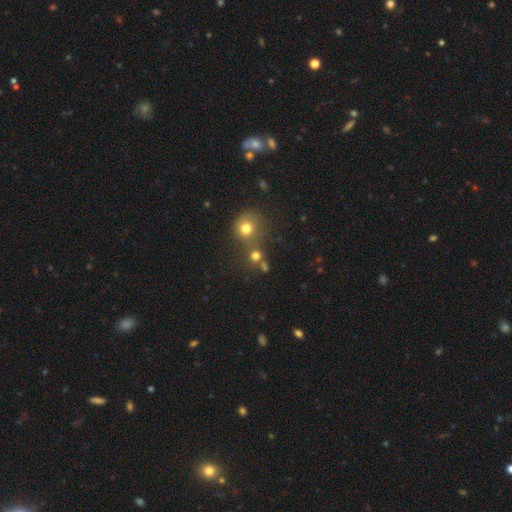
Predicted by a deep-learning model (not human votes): The model was most divided on "merging": none: 55%, merger: 34%, minor disturbance: 7%, major disturbance: 4%. More confident: how rounded — round (88%); smooth or featured — smooth (71%).